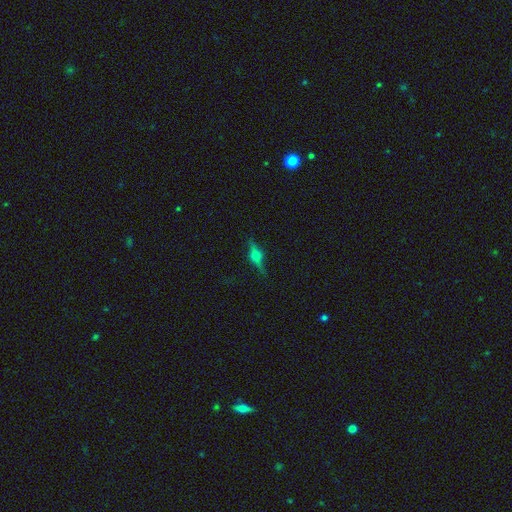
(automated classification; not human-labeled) Morphology: type=featured or disk (71%); edge-on=yes (95%); edge-on bulge=rounded (90%); merging=none (85%).